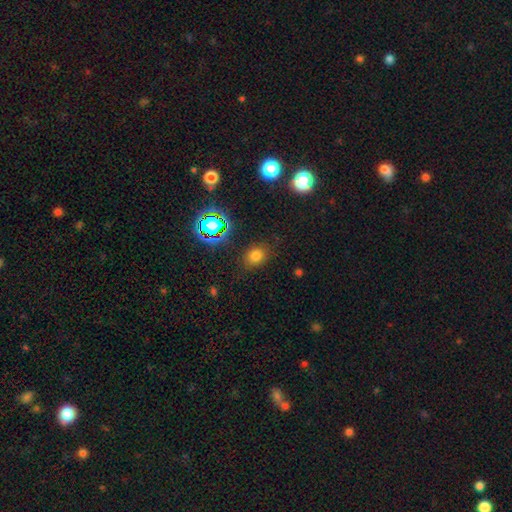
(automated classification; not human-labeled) smooth-or-featured: smooth: 70% | star or artifact: 22% | featured or disk: 8%
  how-rounded: round: 52% | in between: 46% | cigar-shaped: 1%
  merging: none: 79% | minor disturbance: 14% | major disturbance: 5% | merger: 2%